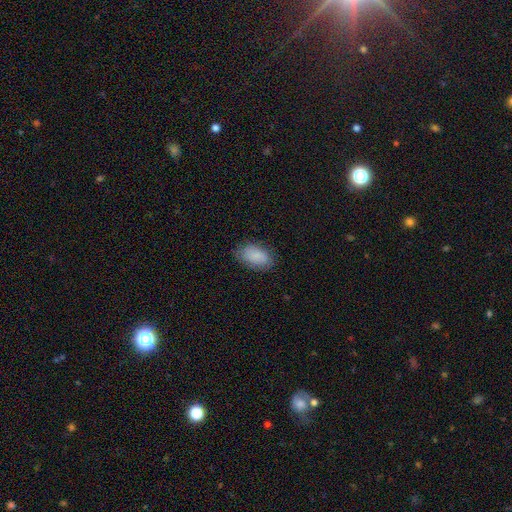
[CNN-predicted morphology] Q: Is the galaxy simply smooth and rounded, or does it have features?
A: smooth — 86%.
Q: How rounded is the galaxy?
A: in between — 93%.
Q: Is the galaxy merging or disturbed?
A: none — 78%.